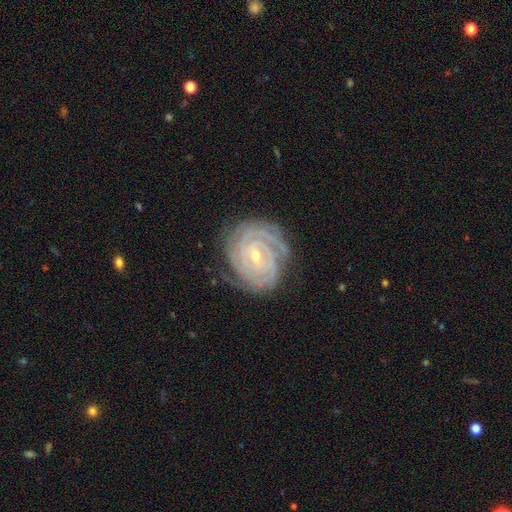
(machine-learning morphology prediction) featured or disk 90%, star or artifact 5%, smooth 4%. Down the decision tree: edge-on disk — no (97%); bar — weak (44%); spiral arms — yes (98%); spiral arm count — 3 (24%, tied with 4); spiral winding — tight (88%); bulge size — small (56%); merging — none (79%).